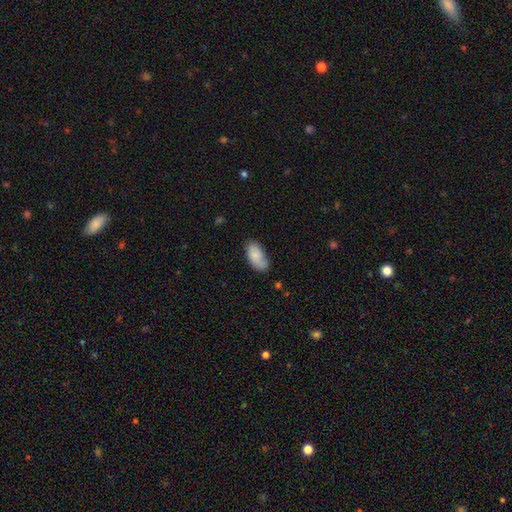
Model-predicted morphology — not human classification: smooth-or-featured: smooth: 82% | featured or disk: 11% | star or artifact: 7%
  how-rounded: in between: 94% | cigar-shaped: 4% | round: 3%
  merging: none: 63% | minor disturbance: 27% | major disturbance: 7% | merger: 4%